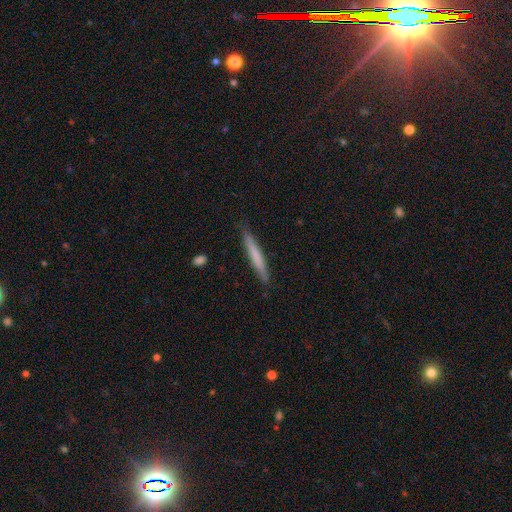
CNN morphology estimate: Overall: smooth (65%; featured or disk 29%). How rounded: cigar-shaped (96%). Merging: none (87%).